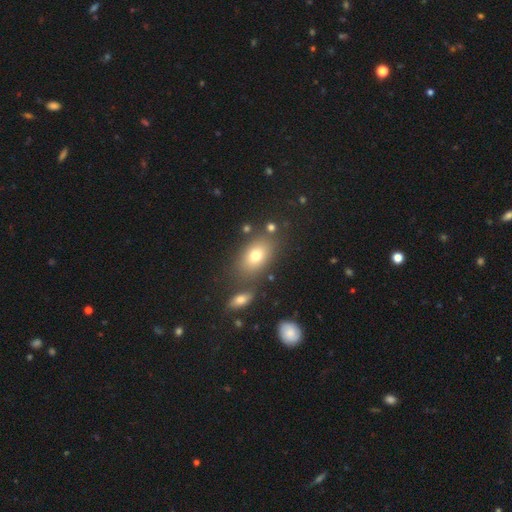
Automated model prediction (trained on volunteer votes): Q: Smooth or featured?
A: smooth (74%); runner-up: featured or disk (15%)
Q: How rounded?
A: in between (83%); runner-up: round (15%)
Q: Merging?
A: none (72%); runner-up: minor disturbance (12%)